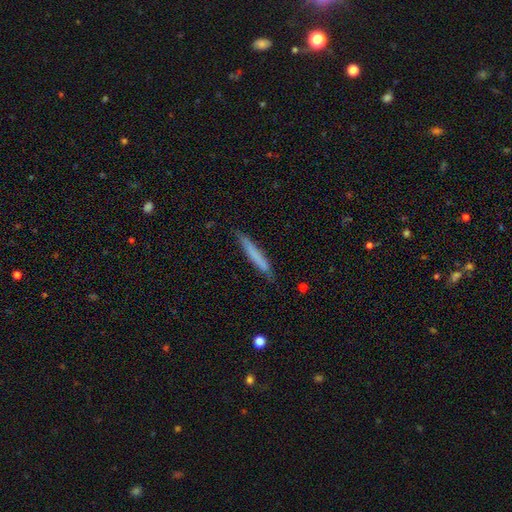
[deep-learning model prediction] Smooth or featured? Predicted: smooth (p=0.69). How rounded? Predicted: cigar-shaped (p=0.96). Merging? Predicted: none (p=0.82).